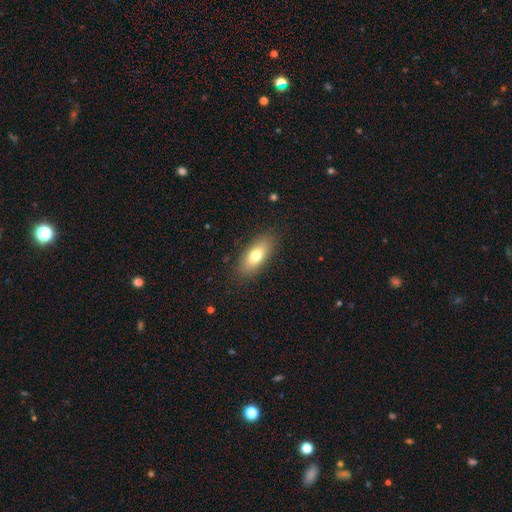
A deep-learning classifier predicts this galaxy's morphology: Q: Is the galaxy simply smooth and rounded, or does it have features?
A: smooth — 75%.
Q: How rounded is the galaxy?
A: in between — 82%.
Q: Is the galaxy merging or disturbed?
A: none — 86%.